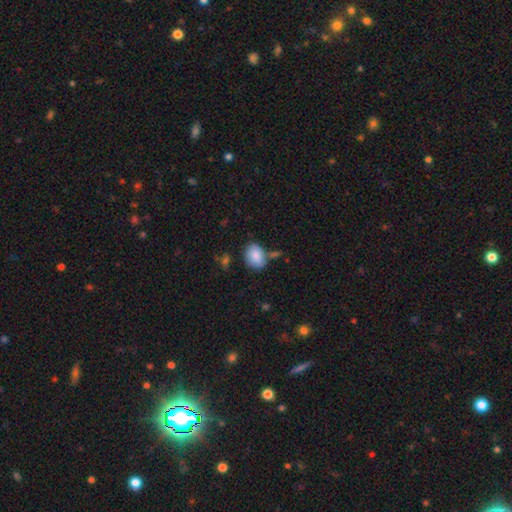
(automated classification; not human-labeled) Smooth or featured: smooth — 86% (star or artifact — 7%)
How rounded: in between — 72% (round — 27%)
Merging: none — 68% (minor disturbance — 17%)